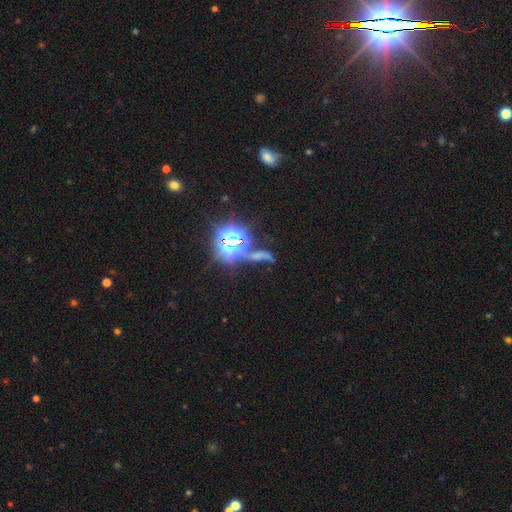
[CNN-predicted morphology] Smooth or featured: star or artifact — 61% (smooth — 20%)